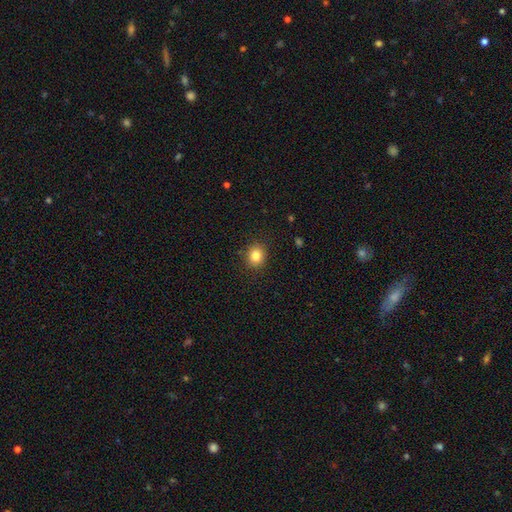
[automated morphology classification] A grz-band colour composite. It shows a smooth galaxy with no disk features (83%) that is round (75%). Merging: none (88%).